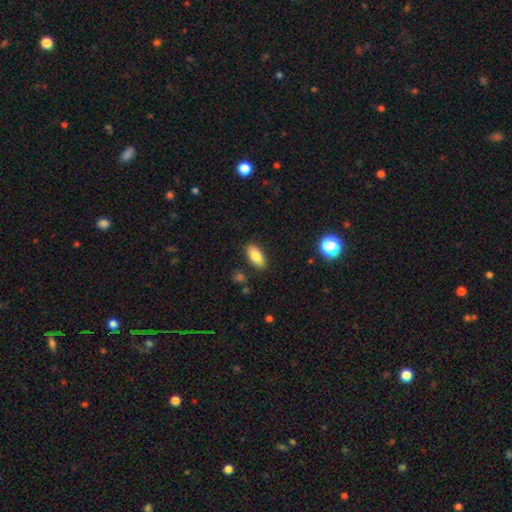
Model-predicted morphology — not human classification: Smooth or featured? smooth (84%)
How rounded? in between (89%)
Merging? none (86%)